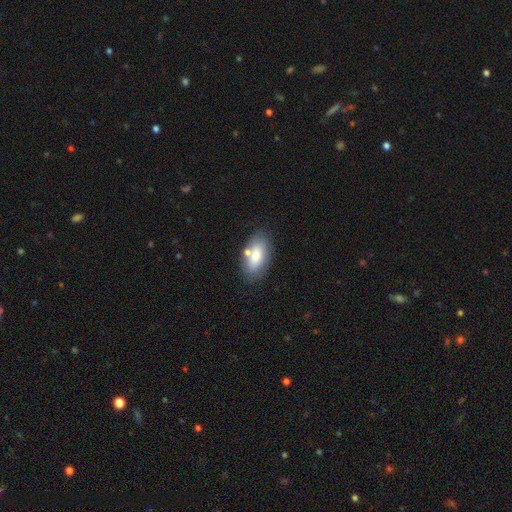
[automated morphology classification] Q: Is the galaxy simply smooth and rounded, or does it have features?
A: smooth — 77%.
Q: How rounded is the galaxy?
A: in between — 91%.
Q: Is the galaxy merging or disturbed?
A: none — 68%.